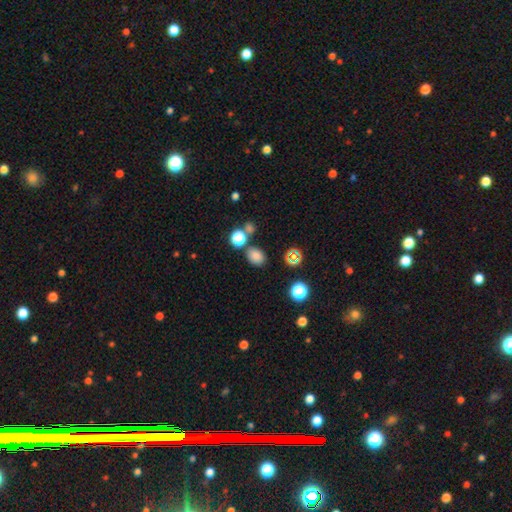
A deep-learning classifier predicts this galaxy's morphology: This is likely a smooth galaxy (77%). How rounded: possibly in between (55%). Merging: likely none (75%).